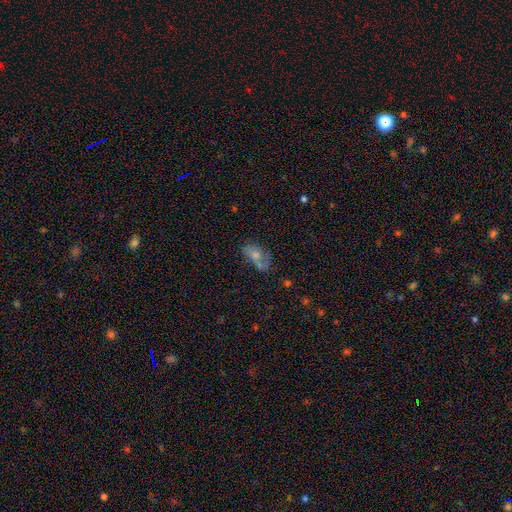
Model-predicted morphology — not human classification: Smooth or featured?
  - smooth: 51% *
  - featured or disk: 37%
  - star or artifact: 12%
How rounded?
  - in between: 86% *
  - round: 11%
  - cigar-shaped: 3%
Merging?
  - none: 38% *
  - minor disturbance: 25%
  - major disturbance: 22%
  - merger: 14%